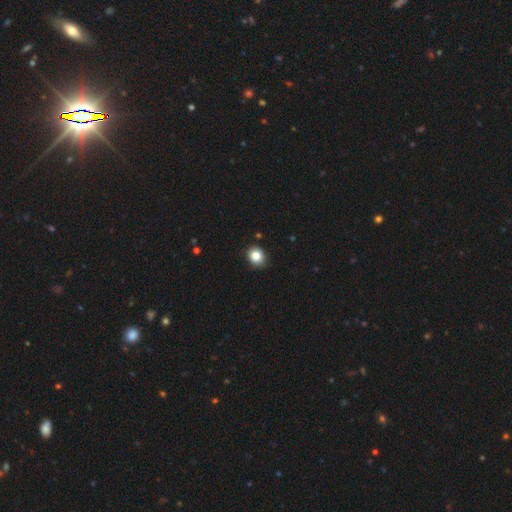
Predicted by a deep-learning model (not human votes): Smooth or featured: smooth — 84% (star or artifact — 10%)
How rounded: round — 73% (in between — 26%)
Merging: none — 88% (minor disturbance — 9%)